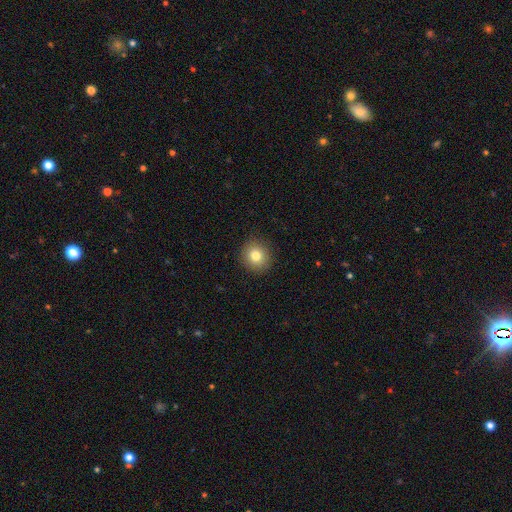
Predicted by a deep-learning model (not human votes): A smooth galaxy with no disk features (80%) that is round (88%).

Vote fractions:
- Smooth or featured? smooth: 80% / star or artifact: 11% / featured or disk: 9%
- How rounded? round: 88% / in between: 12% / cigar-shaped: 1%
- Merging? none: 91% / minor disturbance: 6% / major disturbance: 2% / merger: 1%